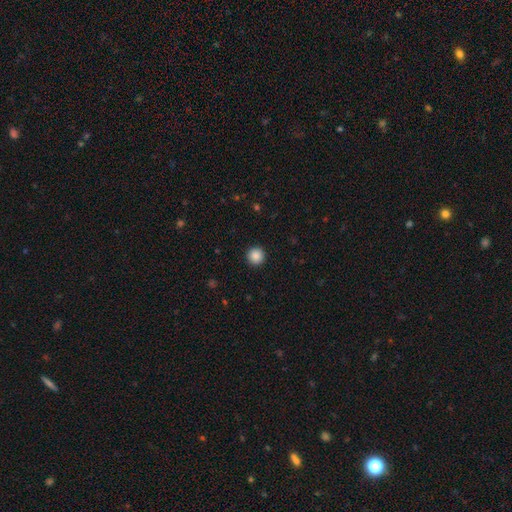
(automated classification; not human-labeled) A smooth galaxy with no disk features (88%) that is round (96%). Merging: none (93%).